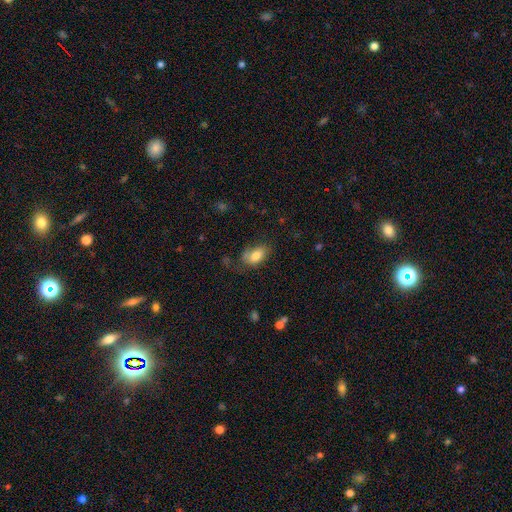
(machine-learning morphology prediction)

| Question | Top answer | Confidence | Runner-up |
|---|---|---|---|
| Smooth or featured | smooth | 79% | featured or disk (13%) |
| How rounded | in between | 91% | round (7%) |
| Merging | none | 52% | minor disturbance (29%) |